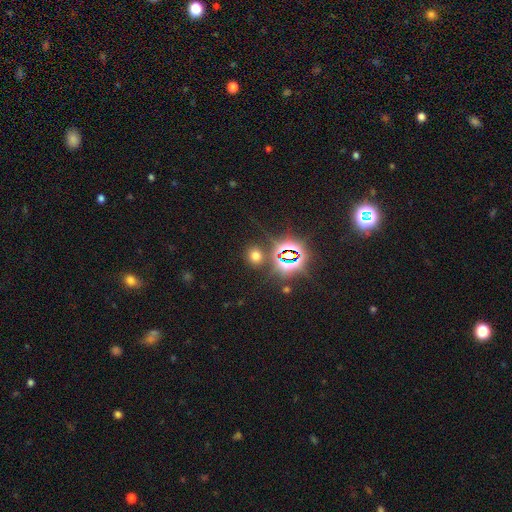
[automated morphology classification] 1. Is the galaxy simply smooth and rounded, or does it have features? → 58% smooth, 35% star or artifact, 7% featured or disk.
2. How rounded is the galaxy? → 74% round, 25% in between, 1% cigar-shaped.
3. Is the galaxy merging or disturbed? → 84% none, 8% minor disturbance, 5% merger, 4% major disturbance.